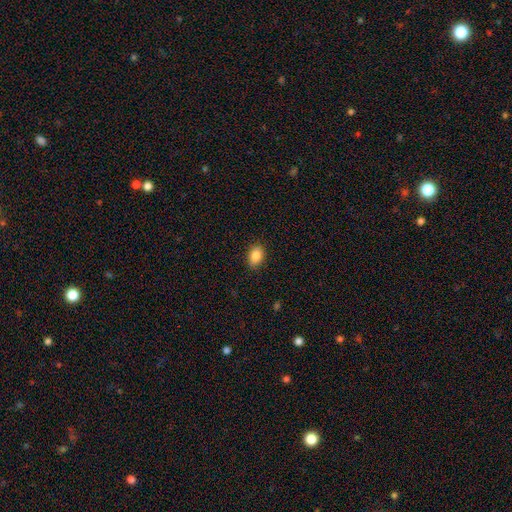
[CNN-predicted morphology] Smooth or featured? Predicted: smooth (p=0.87). How rounded? Predicted: in between (p=0.83). Merging? Predicted: none (p=0.88).